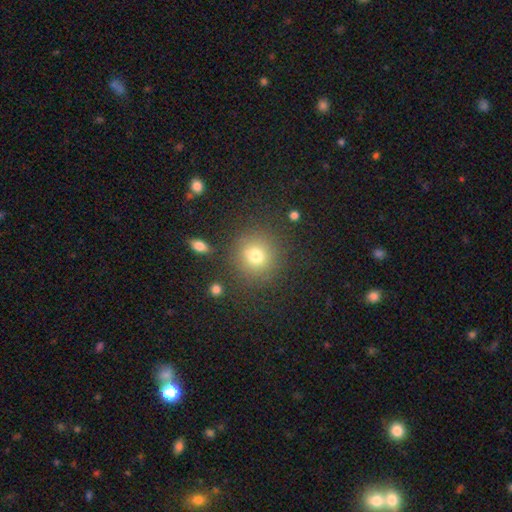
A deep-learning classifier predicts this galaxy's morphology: Smooth or featured? smooth (75%)
How rounded? round (90%)
Merging? none (84%)